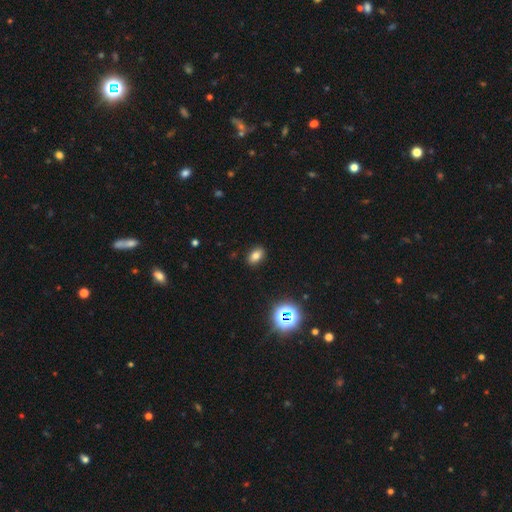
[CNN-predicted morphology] A smooth galaxy with no disk features (75%) that is in between round and cigar-shaped (84%).

Vote fractions:
- Smooth or featured? smooth: 75% / star or artifact: 17% / featured or disk: 8%
- How rounded? in between: 84% / round: 14% / cigar-shaped: 2%
- Merging? none: 89% / minor disturbance: 8% / major disturbance: 2% / merger: 1%